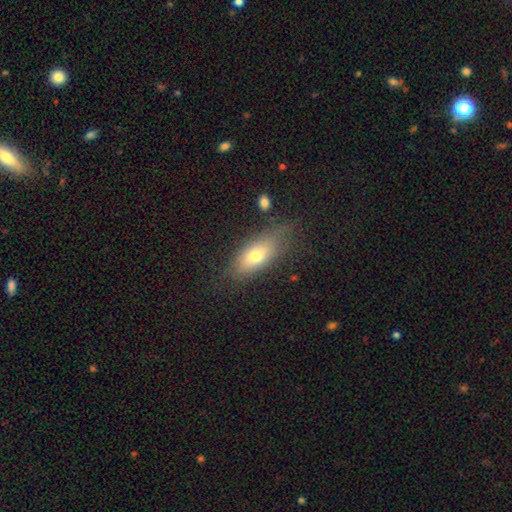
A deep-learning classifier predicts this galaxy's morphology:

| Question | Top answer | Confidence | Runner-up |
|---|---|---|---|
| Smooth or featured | smooth | 67% | featured or disk (24%) |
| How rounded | in between | 77% | cigar-shaped (17%) |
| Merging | none | 66% | minor disturbance (21%) |